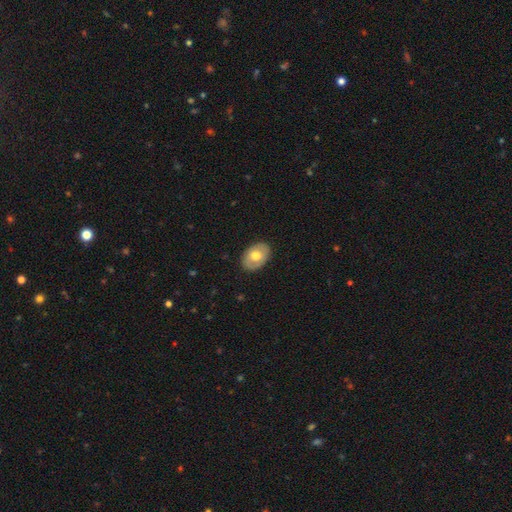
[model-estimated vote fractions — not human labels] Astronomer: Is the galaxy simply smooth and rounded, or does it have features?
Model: smooth — 61%.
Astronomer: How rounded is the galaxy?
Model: in between — 80%.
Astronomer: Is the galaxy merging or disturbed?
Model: none — 86%.